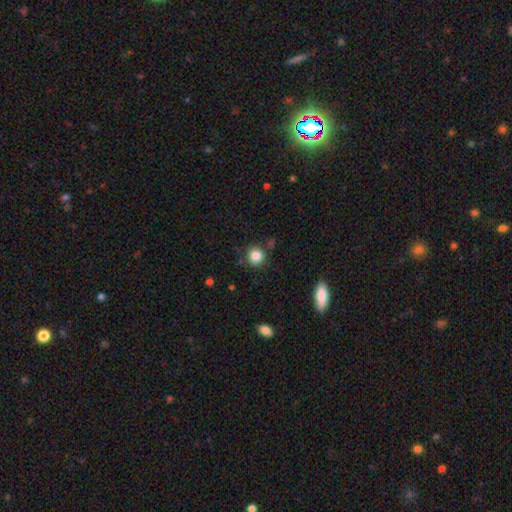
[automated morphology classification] Overall: smooth (85%). How rounded: round (91%). Merging: none (84%).